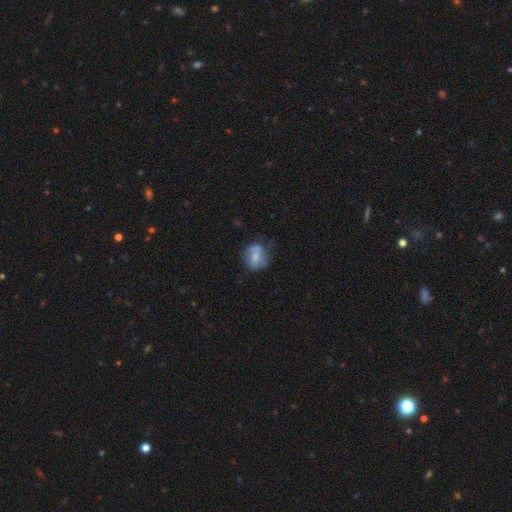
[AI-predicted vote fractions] Morphology: type=smooth (53%); roundness=round (53%); merging=none (58%).